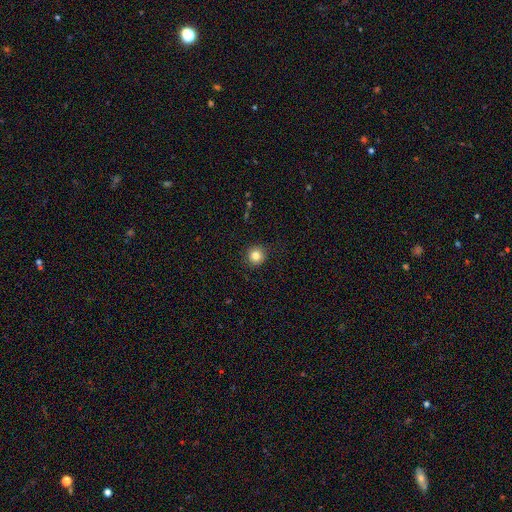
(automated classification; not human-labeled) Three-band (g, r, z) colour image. It shows a smooth galaxy with no disk features (82%) that is round (95%). Merging: none (91%).